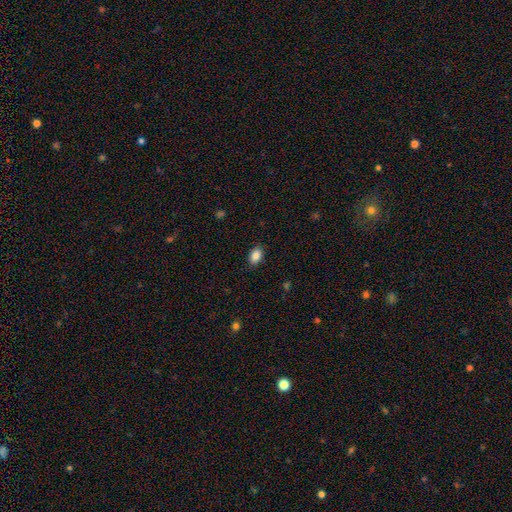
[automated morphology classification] Smooth or featured?
  - smooth: 87% *
  - star or artifact: 8%
  - featured or disk: 5%
How rounded?
  - in between: 82% *
  - round: 17%
  - cigar-shaped: 1%
Merging?
  - none: 86% *
  - minor disturbance: 10%
  - major disturbance: 2%
  - merger: 1%